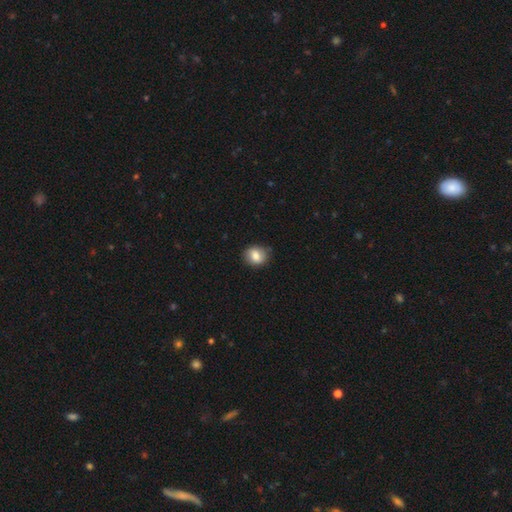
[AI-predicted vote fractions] smooth 81%, featured or disk 11%, star or artifact 8%. Down the decision tree: how rounded — round (62%); merging — none (83%).